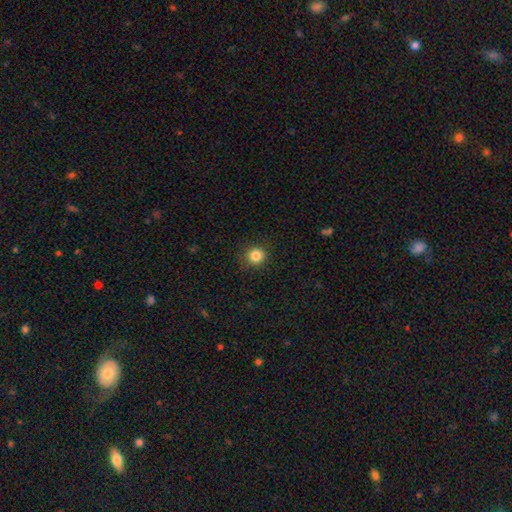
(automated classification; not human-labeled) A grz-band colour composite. It shows a smooth galaxy with no disk features (84%) that is round (94%). Merging: none (88%).